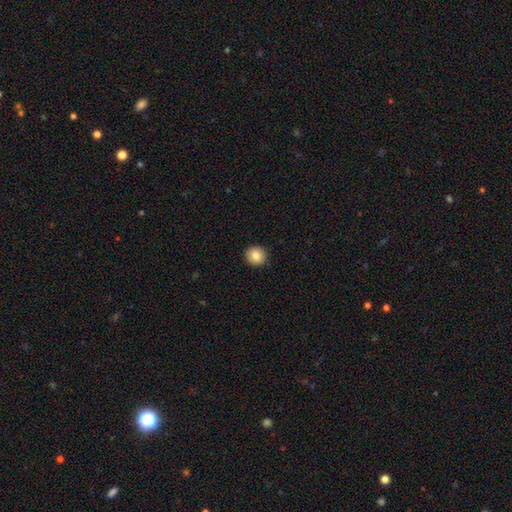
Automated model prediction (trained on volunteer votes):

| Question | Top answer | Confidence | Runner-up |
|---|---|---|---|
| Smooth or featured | smooth | 84% | star or artifact (8%) |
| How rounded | round | 92% | in between (7%) |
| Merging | none | 92% | minor disturbance (6%) |